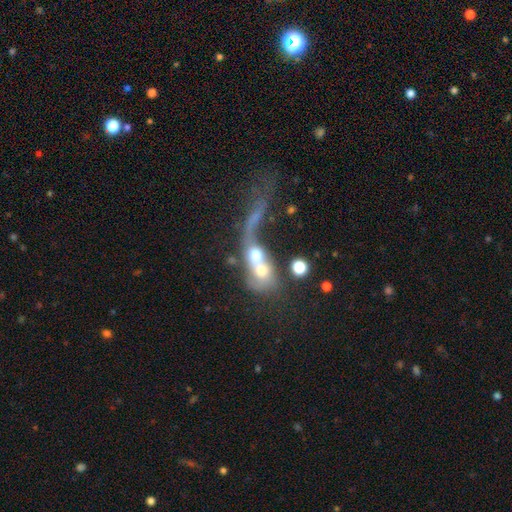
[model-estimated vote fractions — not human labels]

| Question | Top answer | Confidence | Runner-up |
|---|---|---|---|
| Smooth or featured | smooth | 52% | featured or disk (36%) |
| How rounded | in between | 46% | tied: round (46%) |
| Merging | merger | 78% | major disturbance (12%) |